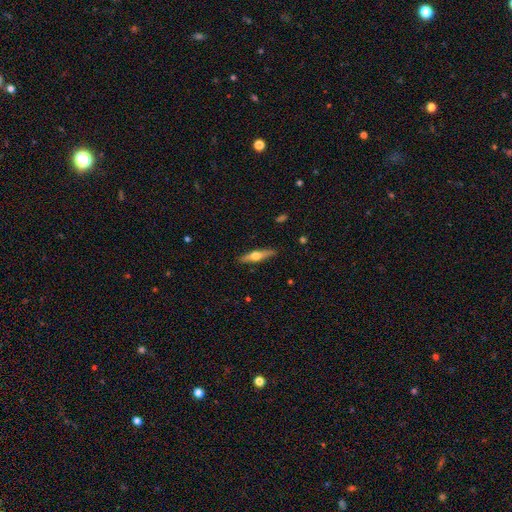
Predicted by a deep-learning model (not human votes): A featured or disk galaxy (58%) viewed edge-on (95%) with a rounded central bulge (94%).

Vote fractions:
- Smooth or featured? featured or disk: 58% / smooth: 36% / star or artifact: 6%
- Edge-on disk? yes: 95% / no: 5%
- Edge-on bulge? rounded: 94% / boxy: 3% / none: 3%
- Merging? none: 89% / minor disturbance: 8% / major disturbance: 2% / merger: 1%